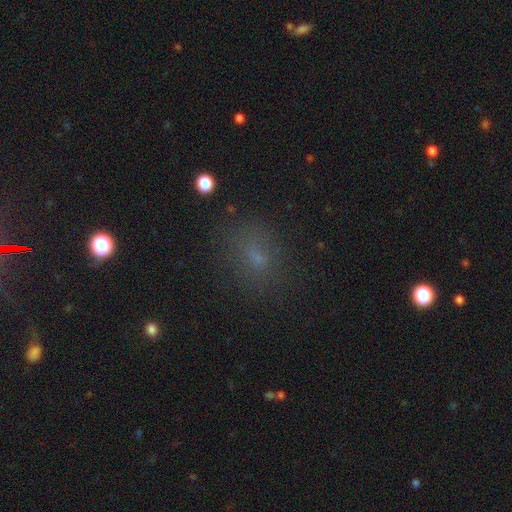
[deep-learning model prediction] This is likely a smooth galaxy (63%). How rounded: likely in between (64%). Merging: likely none (75%).